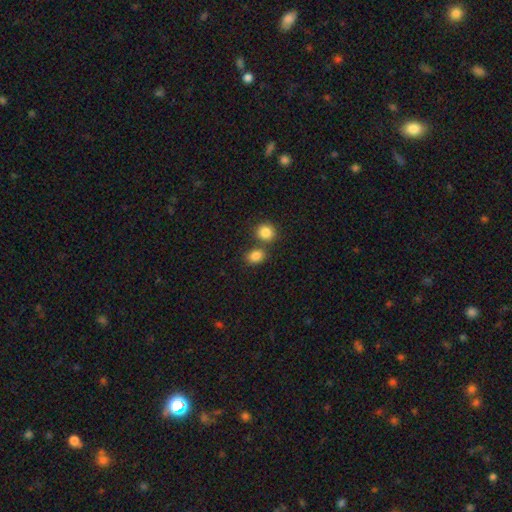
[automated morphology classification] Smooth or featured? smooth (84%)
How rounded? round (53%)
Merging? none (59%)